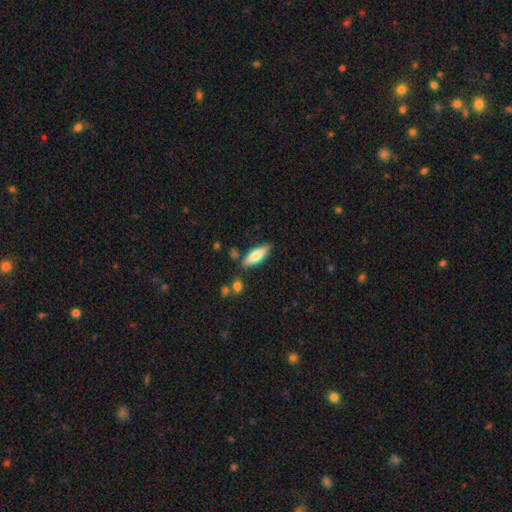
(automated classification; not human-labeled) smooth_or_featured: smooth (p=0.71) [alt: featured or disk p=0.23]
how_rounded: in between (p=0.58) [alt: cigar-shaped p=0.40]
merging: none (p=0.81) [alt: minor disturbance p=0.12]